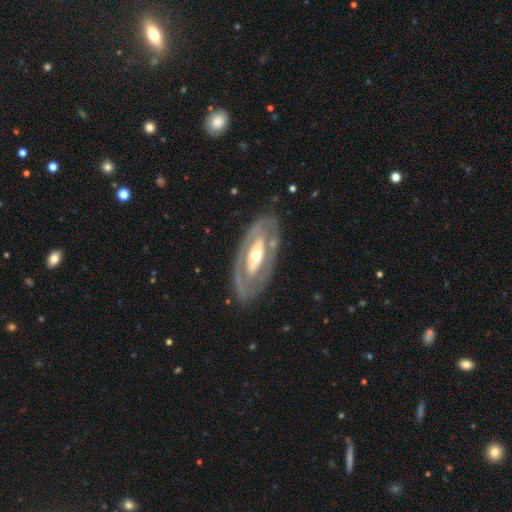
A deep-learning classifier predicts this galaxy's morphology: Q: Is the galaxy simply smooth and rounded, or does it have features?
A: featured or disk — 75%.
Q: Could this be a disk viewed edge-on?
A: no — 88%.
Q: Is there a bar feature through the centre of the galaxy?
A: no — 52%.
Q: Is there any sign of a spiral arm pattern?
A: no — 67%.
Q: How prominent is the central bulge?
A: moderate — 66%.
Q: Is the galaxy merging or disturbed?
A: none — 79%.